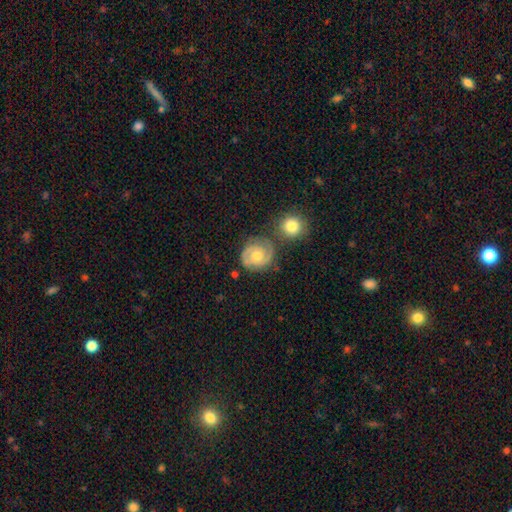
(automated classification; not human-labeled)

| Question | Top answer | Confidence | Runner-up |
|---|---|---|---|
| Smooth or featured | featured or disk | 74% | smooth (19%) |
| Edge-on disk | no | 98% | yes (2%) |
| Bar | no | 71% | weak (24%) |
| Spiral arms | yes | 93% | no (7%) |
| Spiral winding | tight | 61% | medium (32%) |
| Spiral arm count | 2 | 82% | can't tell (8%) |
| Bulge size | moderate | 71% | small (20%) |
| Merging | none | 69% | minor disturbance (16%) |